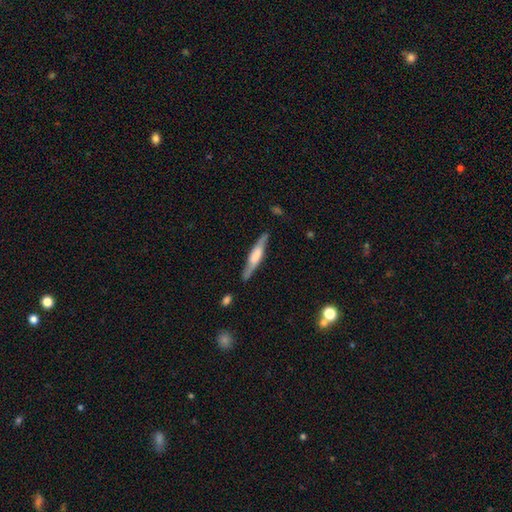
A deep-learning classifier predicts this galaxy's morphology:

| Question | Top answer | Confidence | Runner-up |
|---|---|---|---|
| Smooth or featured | featured or disk | 57% | smooth (38%) |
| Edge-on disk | yes | 90% | no (10%) |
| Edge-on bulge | boxy | 46% | rounded (41%) |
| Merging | none | 83% | minor disturbance (12%) |